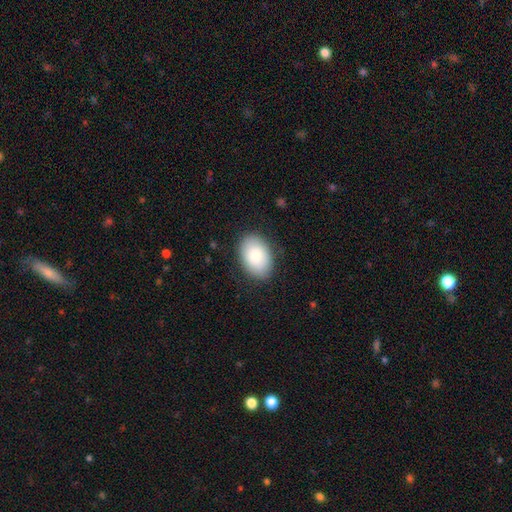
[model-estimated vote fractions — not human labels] Smooth or featured? Predicted: smooth (p=0.82). How rounded? Predicted: in between (p=0.86). Merging? Predicted: none (p=0.85).